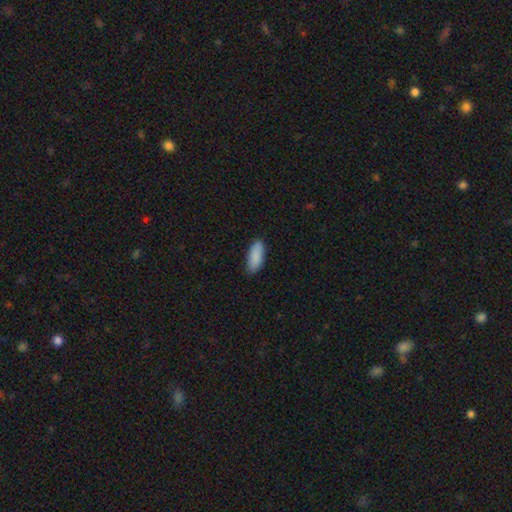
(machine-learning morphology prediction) A smooth galaxy with no disk features (89%) that is in between round and cigar-shaped (78%).

Vote fractions:
- Smooth or featured? smooth: 89% / star or artifact: 6% / featured or disk: 5%
- How rounded? in between: 78% / cigar-shaped: 21% / round: 2%
- Merging? none: 84% / minor disturbance: 13% / major disturbance: 2% / merger: 1%